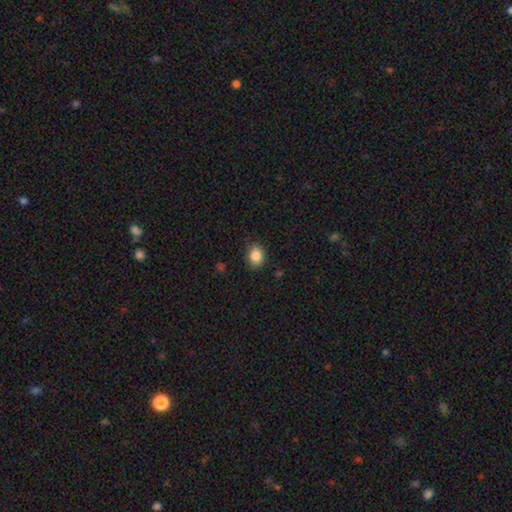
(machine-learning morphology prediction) smooth-or-featured: smooth: 86% | star or artifact: 9% | featured or disk: 4%
  how-rounded: round: 55% | in between: 44% | cigar-shaped: 1%
  merging: none: 81% | minor disturbance: 14% | major disturbance: 3% | merger: 1%